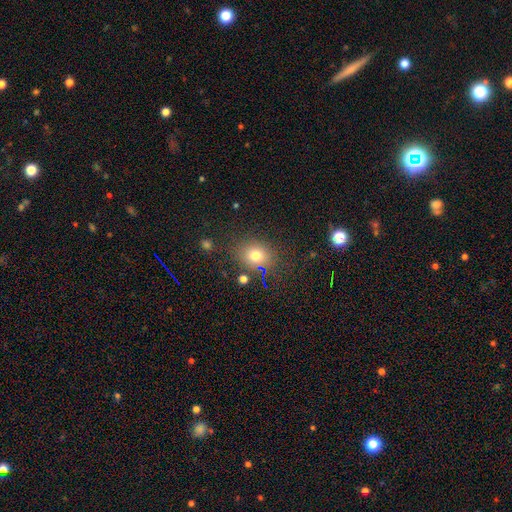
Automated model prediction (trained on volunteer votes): Morphology: type=smooth (73%); roundness=round (65%); merging=none (79%).